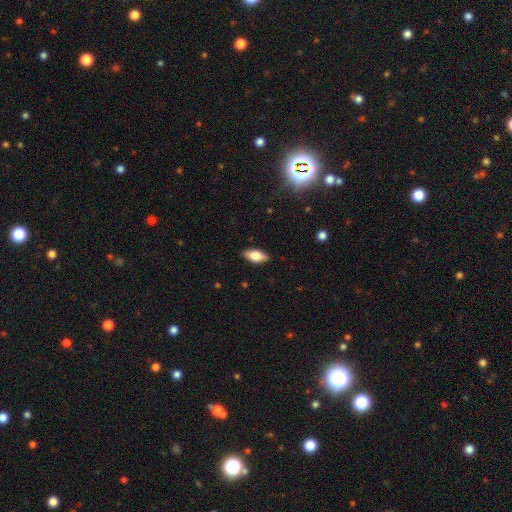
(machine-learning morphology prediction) smooth 74%, featured or disk 19%, star or artifact 7%. Down the decision tree: how rounded — in between (87%); merging — none (88%).